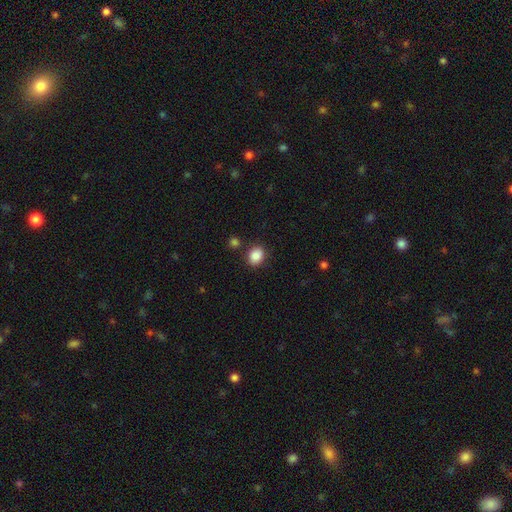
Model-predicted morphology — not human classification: The model was most divided on "how rounded": in between: 50%, round: 49%, cigar-shaped: 1%. More confident: smooth or featured — smooth (87%); merging — none (83%).